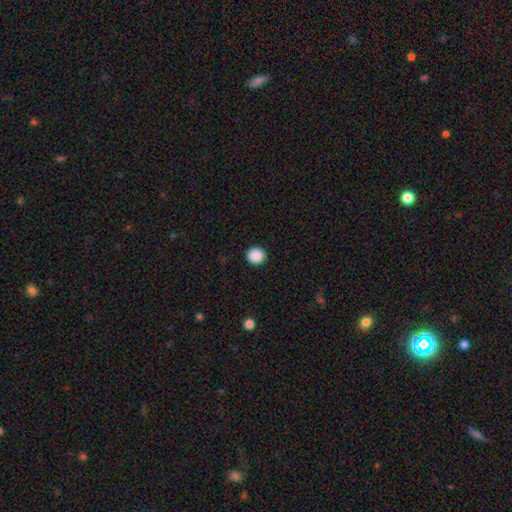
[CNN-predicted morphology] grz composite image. It shows a smooth galaxy with no disk features (89%) that is round (89%). Merging: none (93%).